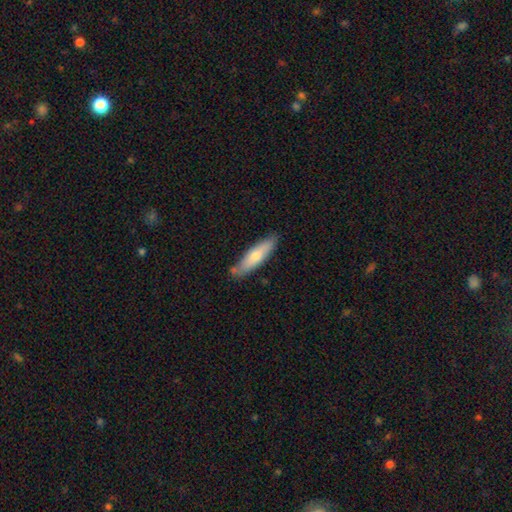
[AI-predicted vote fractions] Q: Smooth or featured?
A: smooth (68%); runner-up: featured or disk (26%)
Q: How rounded?
A: cigar-shaped (69%); runner-up: in between (30%)
Q: Merging?
A: none (77%); runner-up: minor disturbance (16%)